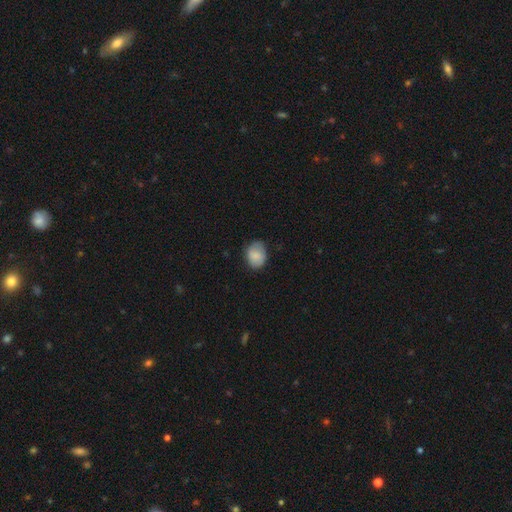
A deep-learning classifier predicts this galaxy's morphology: Smooth or featured: smooth — 83% (featured or disk — 9%)
How rounded: in between — 51% (round — 48%)
Merging: none — 72% (minor disturbance — 23%)